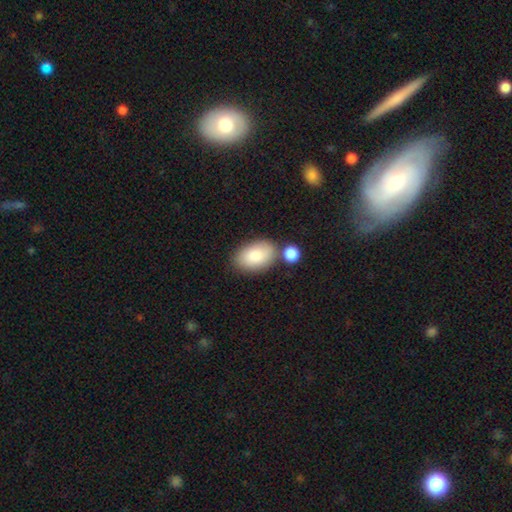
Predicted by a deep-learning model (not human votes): A smooth galaxy with no disk features (84%) that is in between round and cigar-shaped (91%). Merging: none (66%).